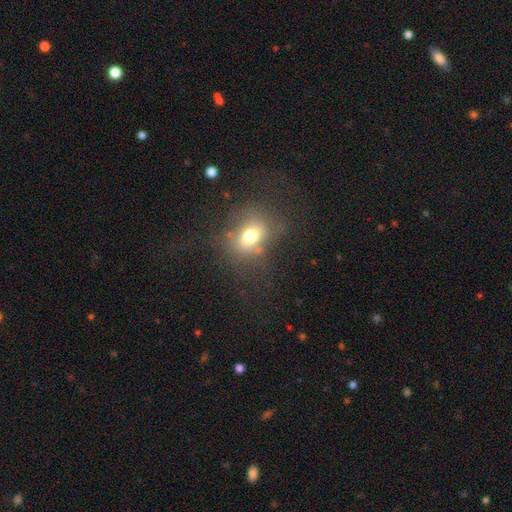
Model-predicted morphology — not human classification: This appears to be a smooth galaxy with no disk features (51%) that is round (62%). Merging: none (63%).